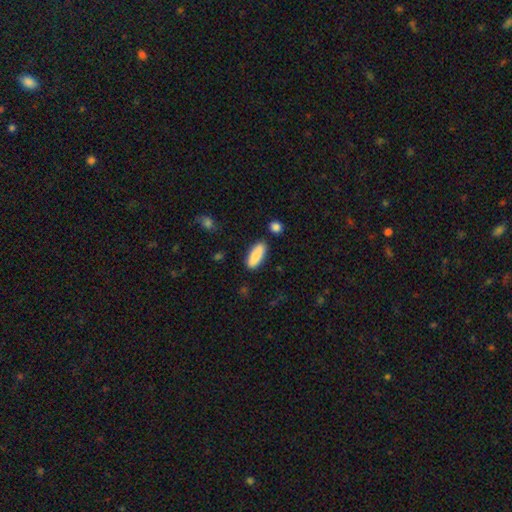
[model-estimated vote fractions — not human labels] Morphology: type=smooth (86%); roundness=in between (68%); merging=none (85%).